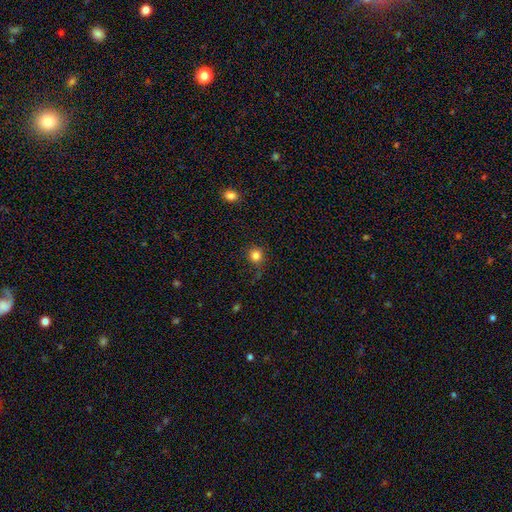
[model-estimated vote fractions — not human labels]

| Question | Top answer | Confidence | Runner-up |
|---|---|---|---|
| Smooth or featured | smooth | 83% | star or artifact (12%) |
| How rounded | round | 93% | in between (7%) |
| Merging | none | 81% | minor disturbance (12%) |